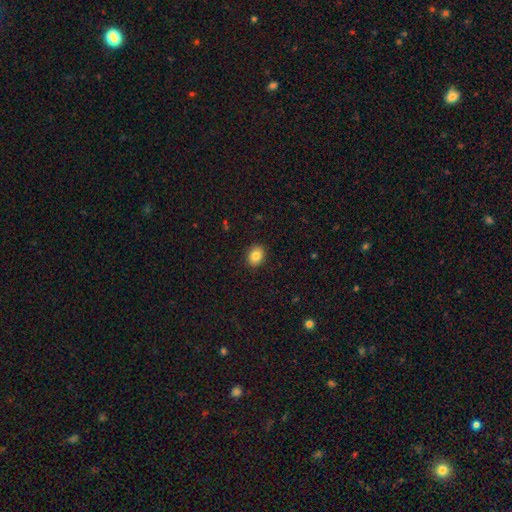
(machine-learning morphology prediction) Q: Smooth or featured?
A: smooth (85%); runner-up: star or artifact (9%)
Q: How rounded?
A: in between (54%); runner-up: round (45%)
Q: Merging?
A: none (89%); runner-up: minor disturbance (8%)